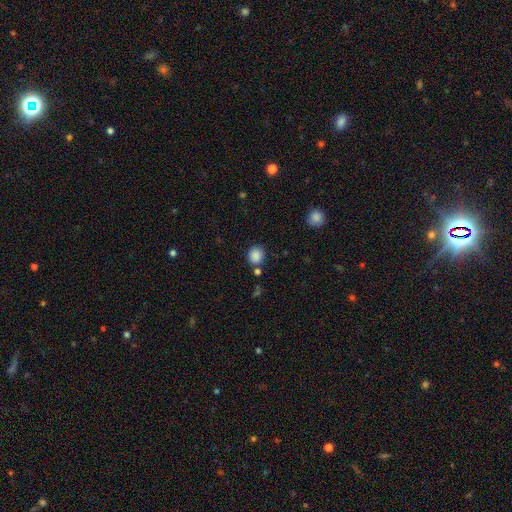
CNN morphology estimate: type=smooth (87%); roundness=round (81%); merging=none (78%).